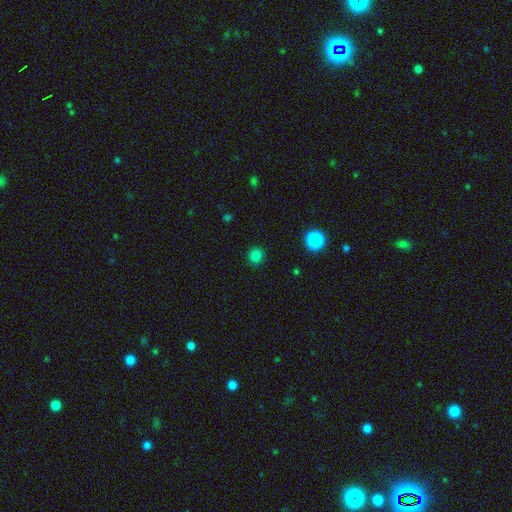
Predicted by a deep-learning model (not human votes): Smooth or featured: smooth — 80% (star or artifact — 16%)
How rounded: round — 92% (in between — 7%)
Merging: none — 91% (minor disturbance — 6%)